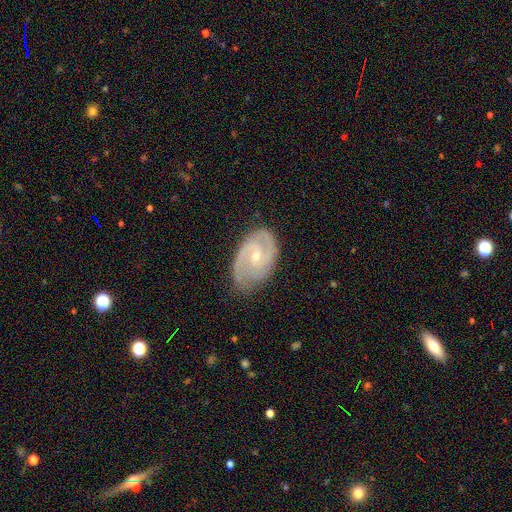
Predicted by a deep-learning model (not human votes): Smooth or featured: featured or disk — 88% (smooth — 7%)
Edge-on disk: no — 97% (yes — 3%)
Bar: no — 46% (weak — 44%)
Spiral arms: yes — 98% (no — 2%)
Spiral winding: medium — 47% (tight — 45%)
Spiral arm count: 2 — 78% (3 — 11%)
Bulge size: small — 67% (moderate — 30%)
Merging: none — 77% (minor disturbance — 18%)